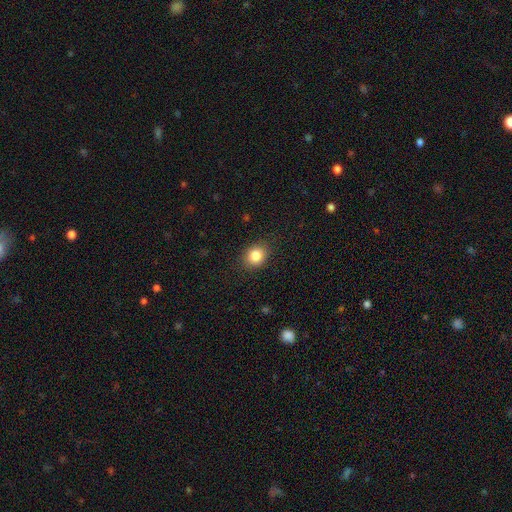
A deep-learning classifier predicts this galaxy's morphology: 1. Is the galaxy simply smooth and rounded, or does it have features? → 84% smooth, 10% star or artifact, 6% featured or disk.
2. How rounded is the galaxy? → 59% round, 40% in between, 1% cigar-shaped.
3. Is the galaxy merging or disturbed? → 88% none, 9% minor disturbance, 2% major disturbance, 1% merger.